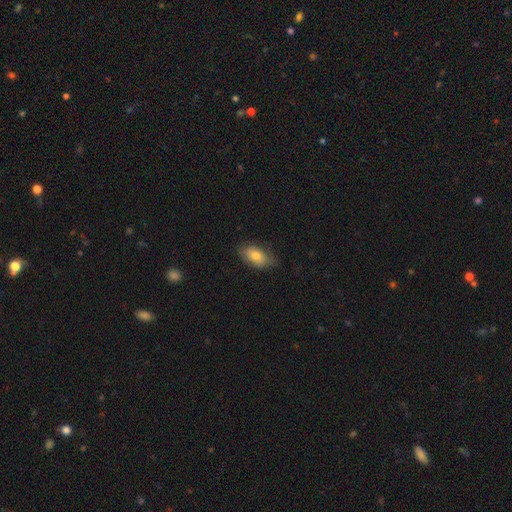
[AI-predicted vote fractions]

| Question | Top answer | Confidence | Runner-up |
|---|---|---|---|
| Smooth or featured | smooth | 74% | featured or disk (19%) |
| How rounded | in between | 91% | round (6%) |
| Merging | none | 67% | minor disturbance (26%) |